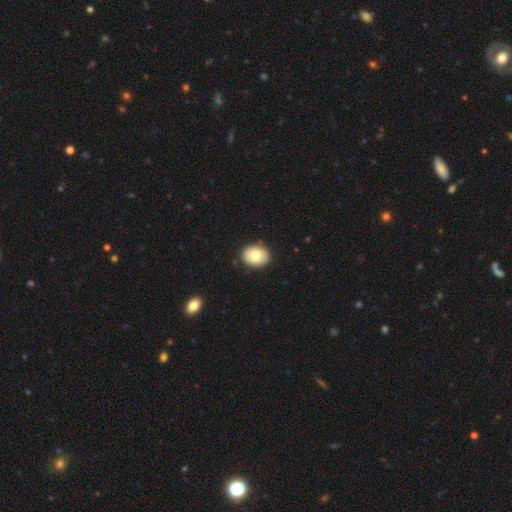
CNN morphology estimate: The model was most divided on "how rounded": in between: 54%, round: 45%, cigar-shaped: 1%. More confident: merging — none (89%); smooth or featured — smooth (76%).